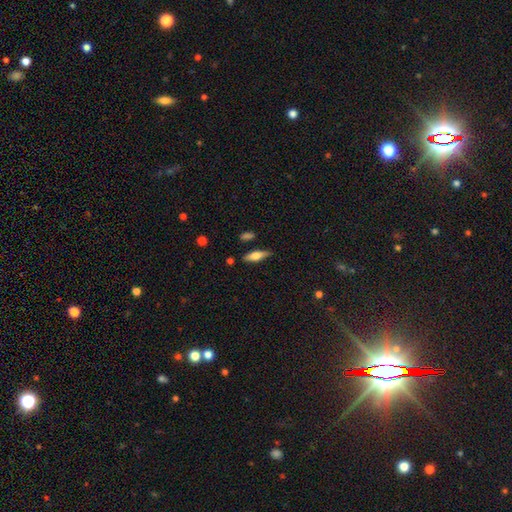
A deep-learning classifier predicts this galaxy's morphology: A smooth galaxy with no disk features (58%) that is cigar-shaped (56%).

Vote fractions:
- Smooth or featured? smooth: 58% / featured or disk: 36% / star or artifact: 7%
- How rounded? cigar-shaped: 56% / in between: 42% / round: 2%
- Merging? none: 81% / minor disturbance: 13% / merger: 3% / major disturbance: 3%